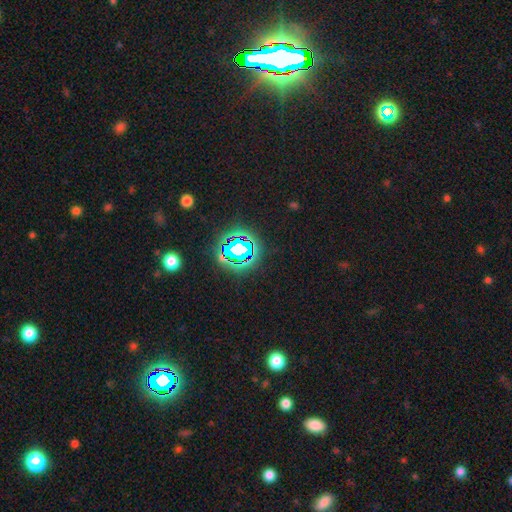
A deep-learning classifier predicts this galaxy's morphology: smooth-or-featured: star or artifact: 83% | smooth: 11% | featured or disk: 6%